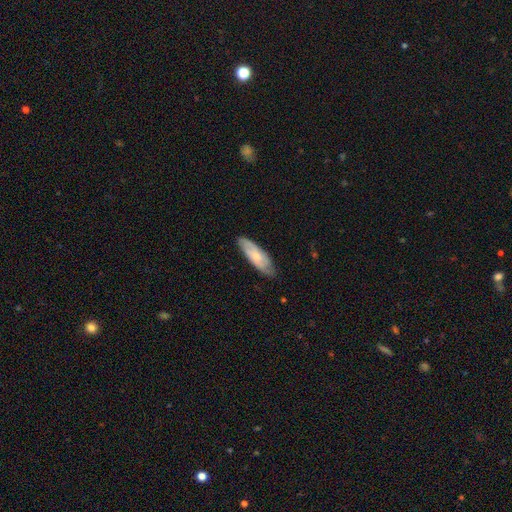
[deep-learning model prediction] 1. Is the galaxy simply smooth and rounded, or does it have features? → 54% smooth, 40% featured or disk, 6% star or artifact.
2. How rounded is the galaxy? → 55% in between, 43% cigar-shaped, 2% round.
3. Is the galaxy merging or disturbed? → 78% none, 18% minor disturbance, 3% major disturbance, 1% merger.